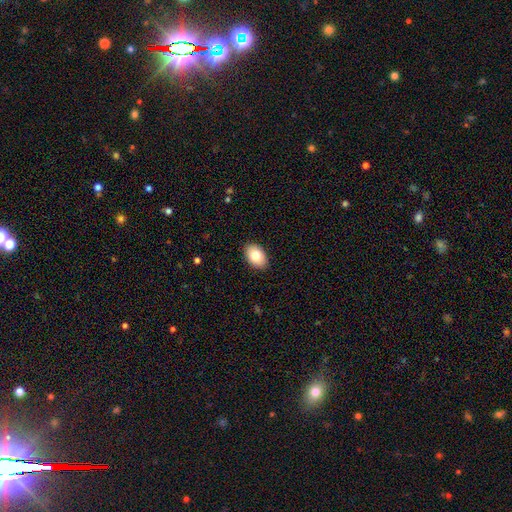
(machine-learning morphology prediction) This is clearly a smooth galaxy (81%). How rounded: clearly in between (87%). Merging: clearly none (89%).